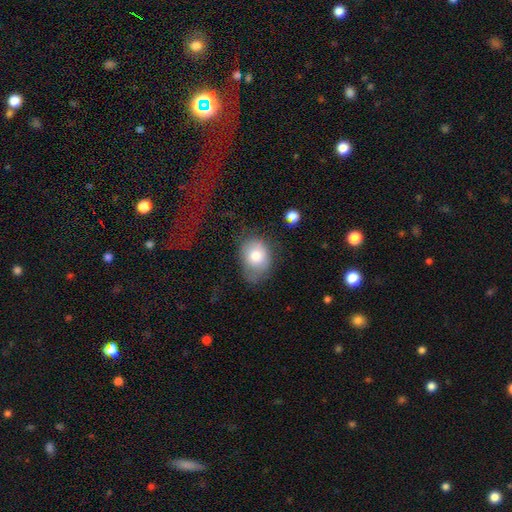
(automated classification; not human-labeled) smooth 75%, featured or disk 17%, star or artifact 8%. Down the decision tree: how rounded — in between (66%); merging — none (54%).